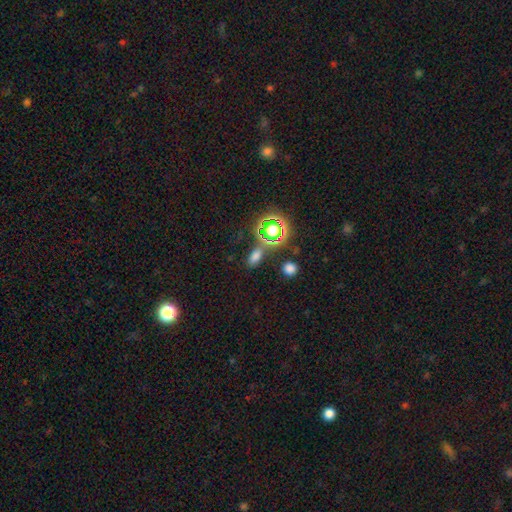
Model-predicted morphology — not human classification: This appears to be a smooth galaxy with no disk features (64%) that is in between round and cigar-shaped (76%). Merging: none (76%).